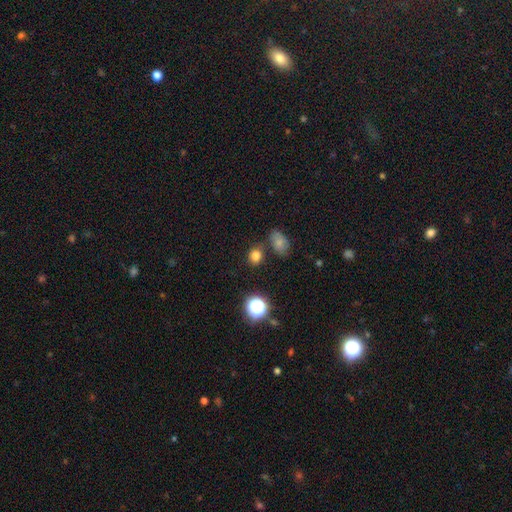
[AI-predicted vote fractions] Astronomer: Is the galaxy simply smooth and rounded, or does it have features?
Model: smooth — 77%.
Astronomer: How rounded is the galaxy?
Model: round — 69%.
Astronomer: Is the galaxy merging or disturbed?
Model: none — 73%.